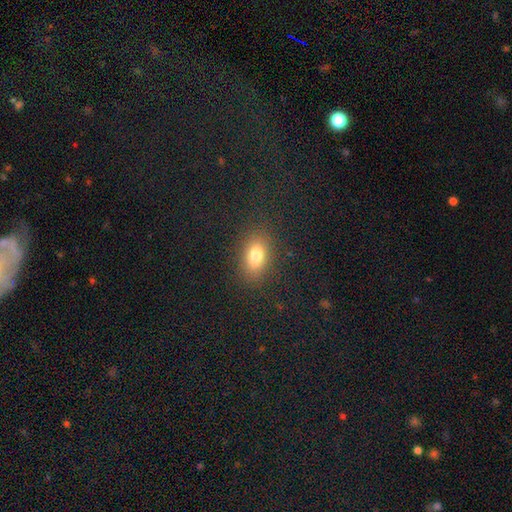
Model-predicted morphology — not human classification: Q: Smooth or featured?
A: smooth (80%); runner-up: star or artifact (11%)
Q: How rounded?
A: in between (85%); runner-up: round (12%)
Q: Merging?
A: none (86%); runner-up: minor disturbance (9%)